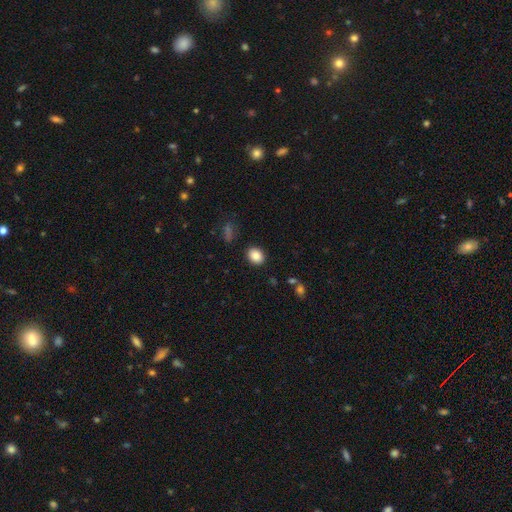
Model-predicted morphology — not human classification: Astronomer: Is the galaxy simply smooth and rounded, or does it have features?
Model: smooth — 86%.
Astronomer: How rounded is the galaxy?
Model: round — 54% (runner-up: in between, 45%).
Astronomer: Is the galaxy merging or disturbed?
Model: none — 88%.